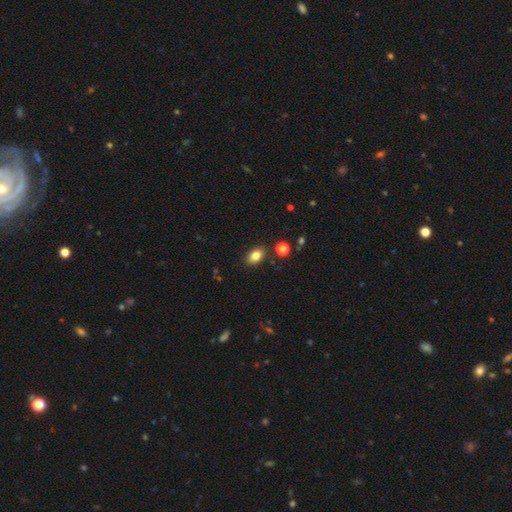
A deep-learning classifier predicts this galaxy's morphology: smooth 82%, star or artifact 10%, featured or disk 8%. Down the decision tree: how rounded — in between (83%); merging — none (84%).